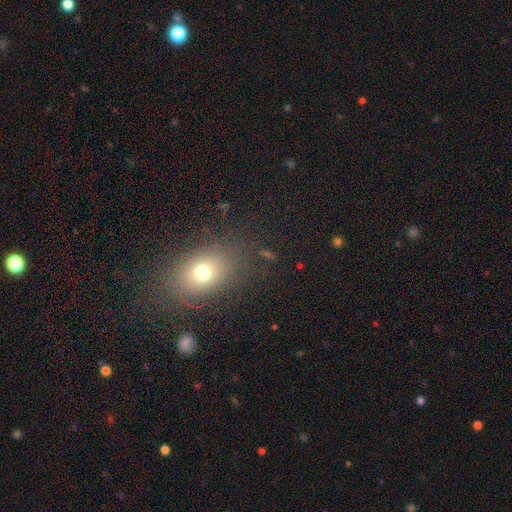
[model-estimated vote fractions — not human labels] Smooth or featured? smooth (66%)
How rounded? in between (71%)
Merging? none (85%)